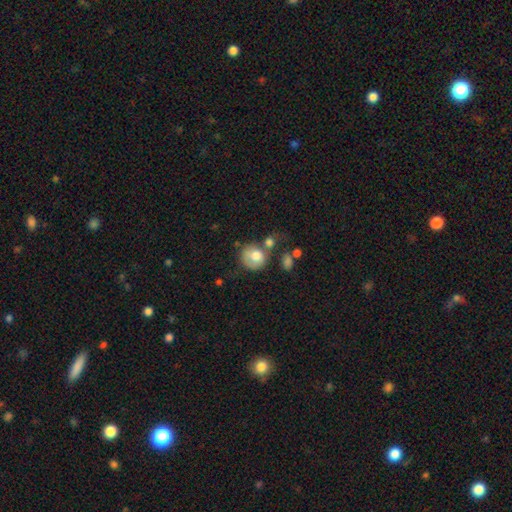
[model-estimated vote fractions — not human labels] A smooth galaxy with no disk features (74%) that is round (79%).

Vote fractions:
- Smooth or featured? smooth: 74% / featured or disk: 18% / star or artifact: 8%
- How rounded? round: 79% / in between: 20% / cigar-shaped: 1%
- Merging? none: 45% / merger: 24% / minor disturbance: 20% / major disturbance: 12%